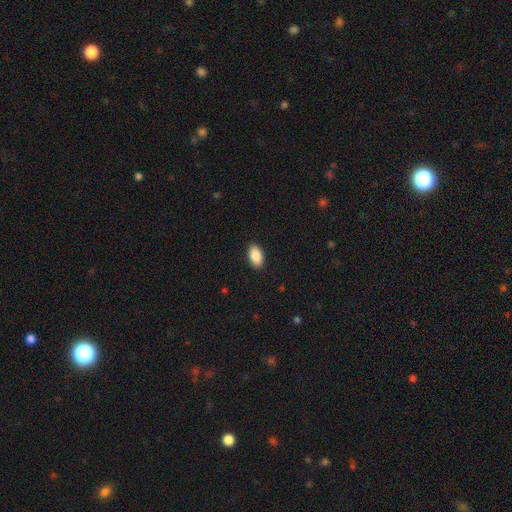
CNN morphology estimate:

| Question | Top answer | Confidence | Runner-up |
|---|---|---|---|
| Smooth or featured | smooth | 88% | star or artifact (7%) |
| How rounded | in between | 94% | round (4%) |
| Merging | none | 90% | minor disturbance (7%) |